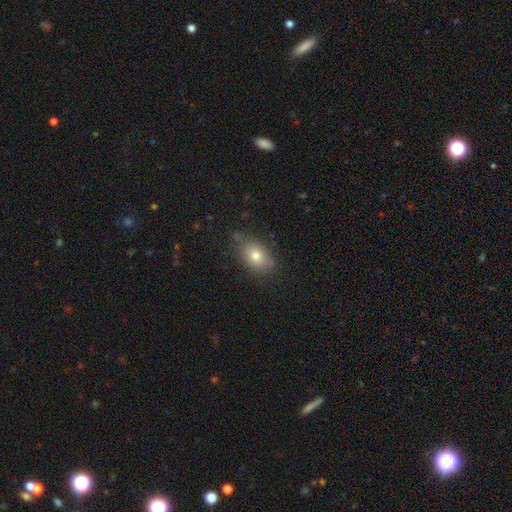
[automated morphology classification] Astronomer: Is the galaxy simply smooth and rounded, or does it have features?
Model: smooth — 77%.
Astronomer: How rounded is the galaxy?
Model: in between — 75%.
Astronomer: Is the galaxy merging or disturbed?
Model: none — 76%.